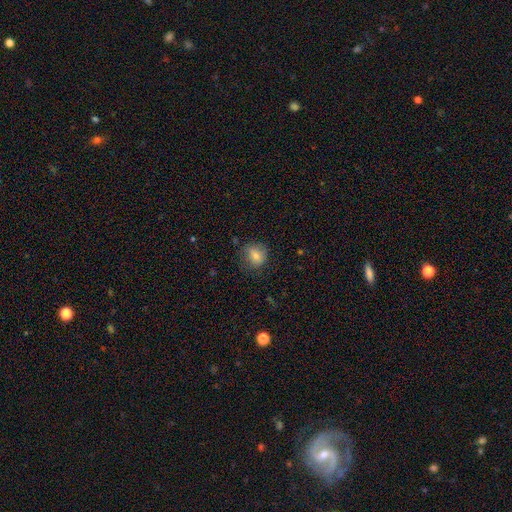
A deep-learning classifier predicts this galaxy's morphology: Overall: smooth (73%). How rounded: round (80%). Merging: none (77%).